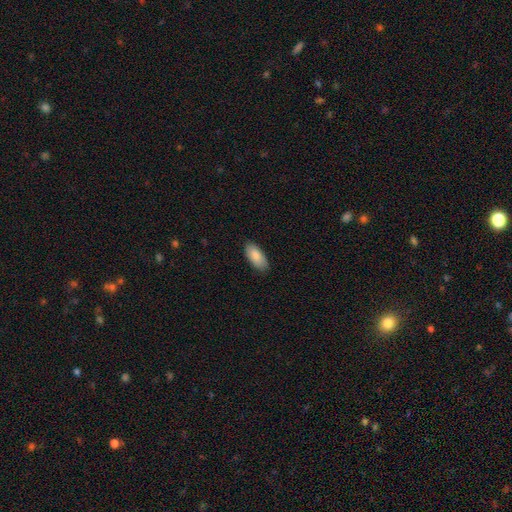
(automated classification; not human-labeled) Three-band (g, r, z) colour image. It shows a smooth galaxy with no disk features (86%) that is in between round and cigar-shaped (91%). Merging: none (86%).